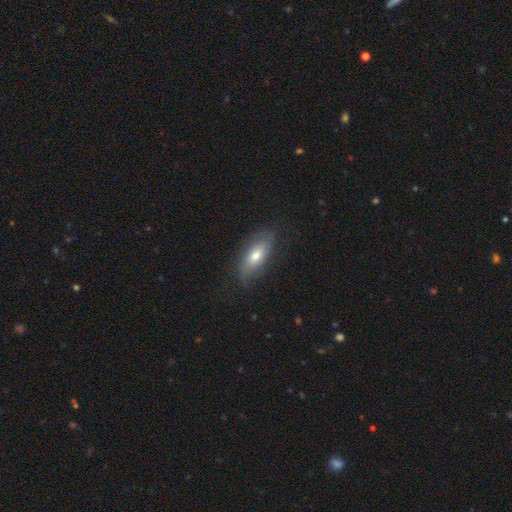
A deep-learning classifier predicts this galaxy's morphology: type=smooth (64%); roundness=in between (80%); merging=none (72%).